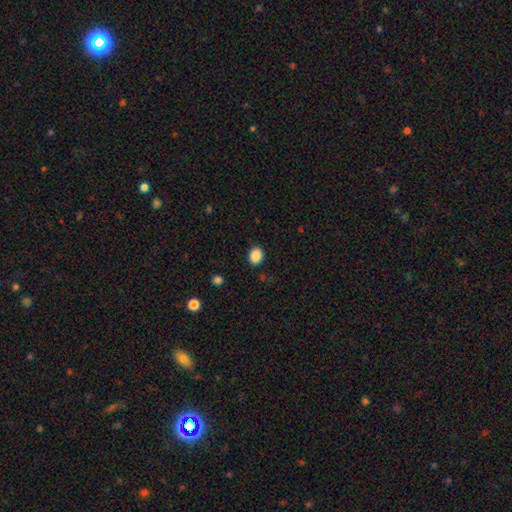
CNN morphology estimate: smooth 88%, star or artifact 9%, featured or disk 3%. Down the decision tree: how rounded — in between (52%); merging — none (88%).